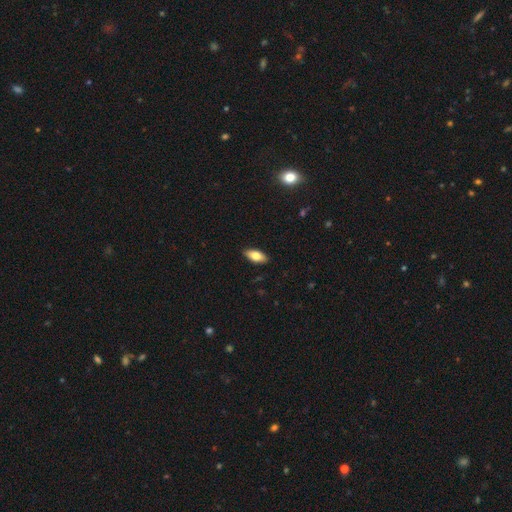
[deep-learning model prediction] A smooth galaxy with no disk features (76%) that is in between round and cigar-shaped (86%).

Vote fractions:
- Smooth or featured? smooth: 76% / featured or disk: 18% / star or artifact: 7%
- How rounded? in between: 86% / cigar-shaped: 12% / round: 2%
- Merging? none: 89% / minor disturbance: 8% / major disturbance: 2% / merger: 1%